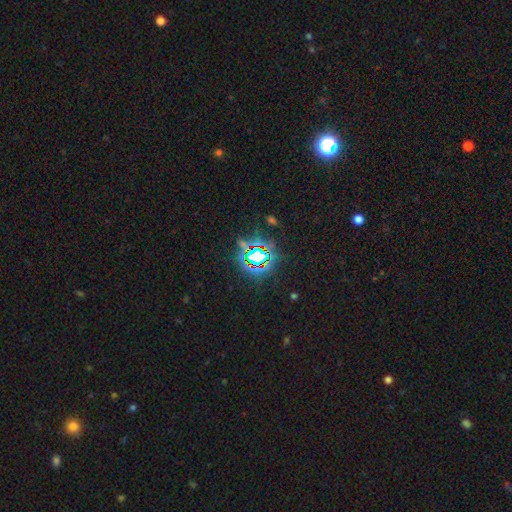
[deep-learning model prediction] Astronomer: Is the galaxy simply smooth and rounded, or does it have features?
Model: star or artifact — 75%.